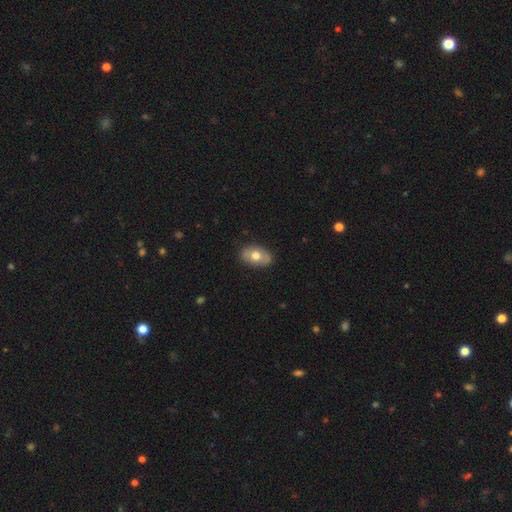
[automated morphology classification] A smooth galaxy with no disk features (65%) that is in between round and cigar-shaped (88%).

Vote fractions:
- Smooth or featured? smooth: 65% / featured or disk: 28% / star or artifact: 6%
- How rounded? in between: 88% / round: 10% / cigar-shaped: 2%
- Merging? none: 83% / minor disturbance: 13% / major disturbance: 3% / merger: 1%